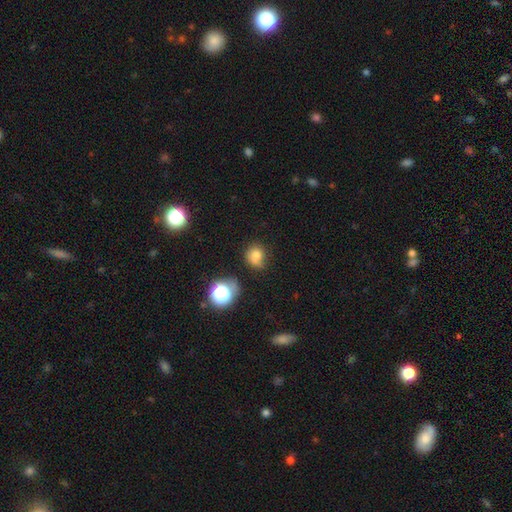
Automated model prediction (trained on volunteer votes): This appears to be a smooth galaxy with no disk features (75%) that is round (75%). Merging: none (54%).